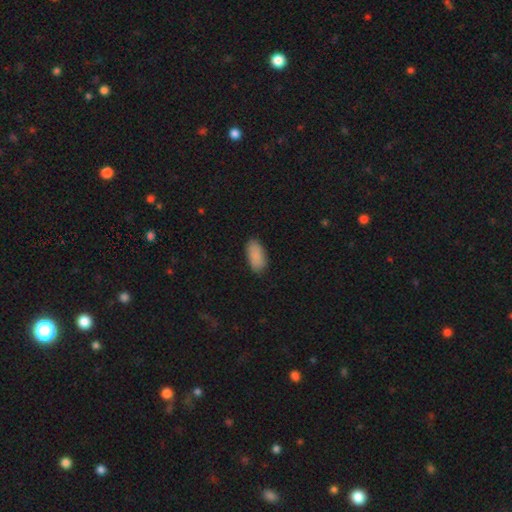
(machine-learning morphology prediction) A smooth galaxy with no disk features (89%) that is in between round and cigar-shaped (92%). Merging: none (84%).